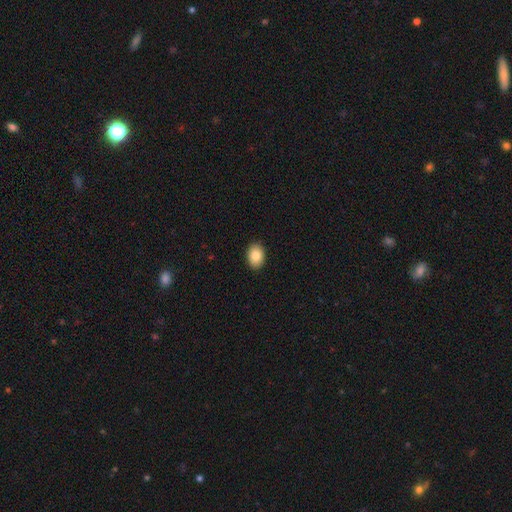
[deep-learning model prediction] Morphology: type=smooth (85%); roundness=in between (81%); merging=none (90%).